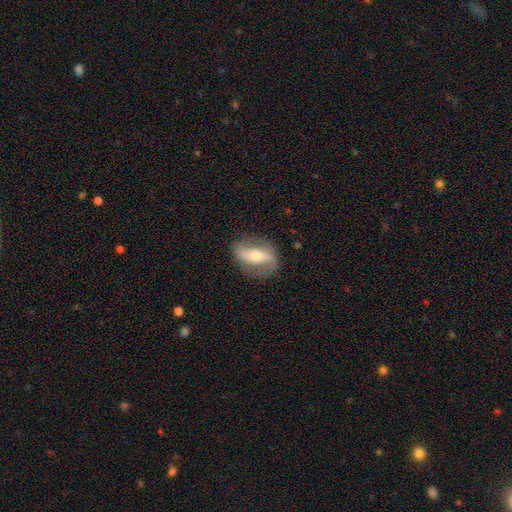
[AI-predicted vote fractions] This is likely a featured or disk galaxy (77%). It is clearly not viewed edge-on (90%). Bar: possibly strong (58%). Spiral arm pattern: clearly yes (82%). Spiral arm count: clearly 2 (88%). Spiral winding: possibly loose (47%). Central bulge: possibly moderate (53%). Merging: clearly none (81%).